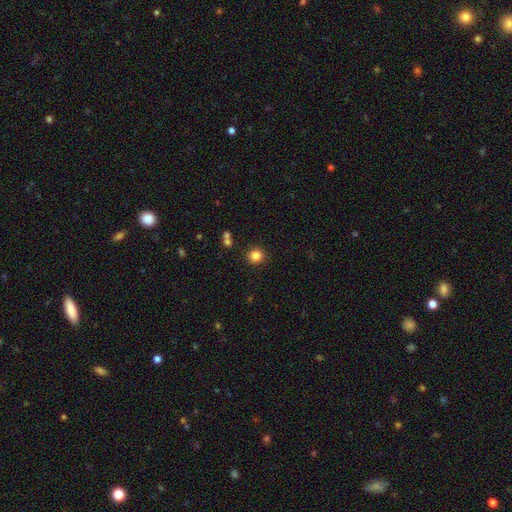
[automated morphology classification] This appears to be a smooth galaxy with no disk features (83%) that is round (92%). Merging: none (89%).